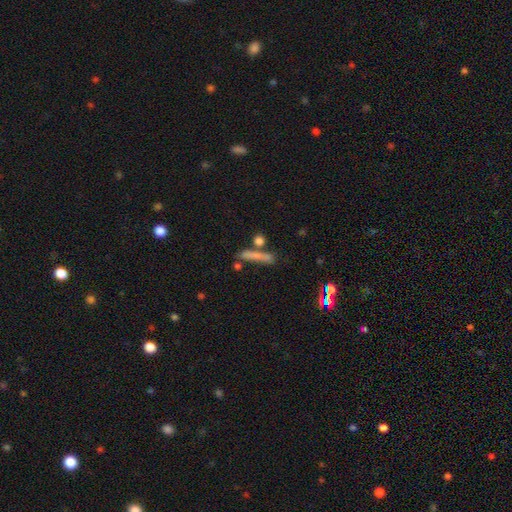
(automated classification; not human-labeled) Smooth or featured? Predicted: smooth (p=0.67). How rounded? Predicted: cigar-shaped (p=0.82). Merging? Predicted: none (p=0.61).